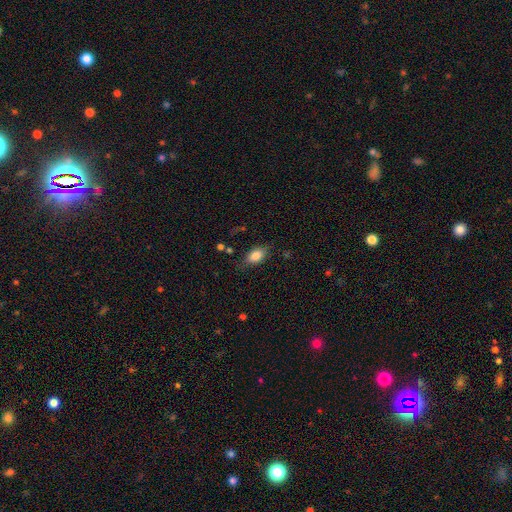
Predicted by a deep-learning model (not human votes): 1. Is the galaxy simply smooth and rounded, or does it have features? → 81% smooth, 11% featured or disk, 8% star or artifact.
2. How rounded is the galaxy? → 86% in between, 9% round, 5% cigar-shaped.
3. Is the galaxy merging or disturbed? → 74% none, 19% minor disturbance, 5% major disturbance, 2% merger.